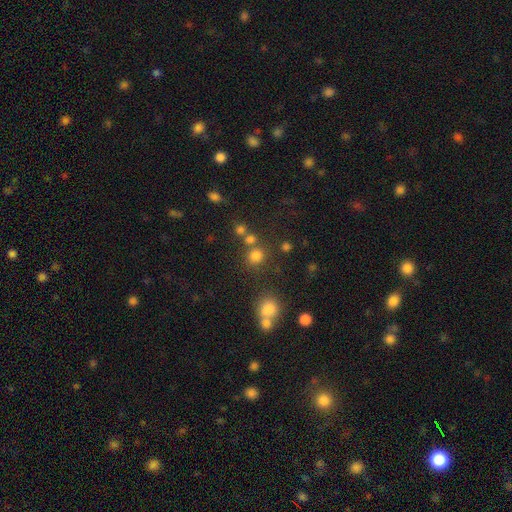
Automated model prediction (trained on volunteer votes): Smooth or featured?
  - smooth: 77% *
  - star or artifact: 17%
  - featured or disk: 7%
How rounded?
  - round: 86% *
  - in between: 13%
  - cigar-shaped: 1%
Merging?
  - none: 68% *
  - merger: 18%
  - minor disturbance: 9%
  - major disturbance: 5%